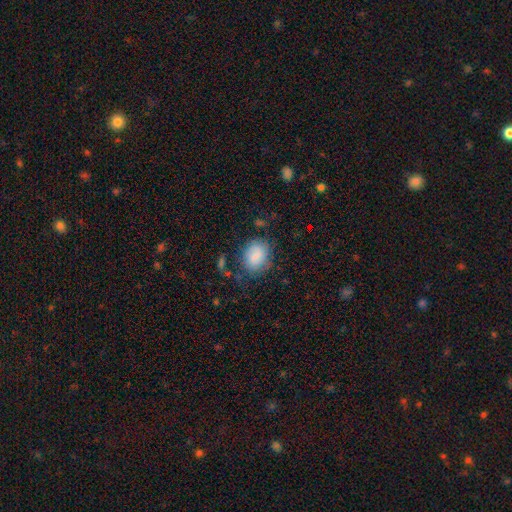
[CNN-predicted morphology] This is likely a smooth galaxy (79%). How rounded: possibly in between (56%). Merging: likely none (65%).